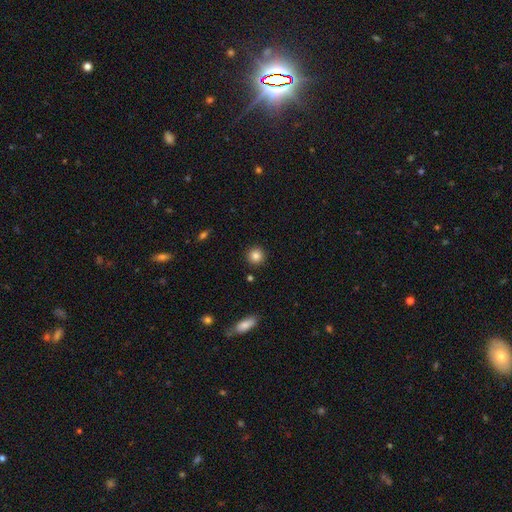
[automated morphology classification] smooth_or_featured: smooth (p=0.84) [alt: star or artifact p=0.10]
how_rounded: round (p=0.94) [alt: in between p=0.05]
merging: none (p=0.91) [alt: minor disturbance p=0.05]